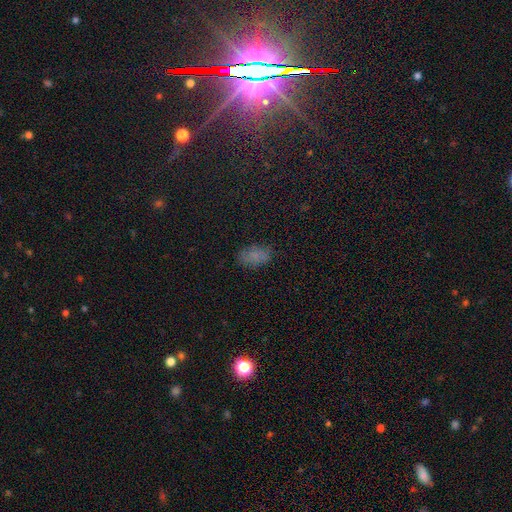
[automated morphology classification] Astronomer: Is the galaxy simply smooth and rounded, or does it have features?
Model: smooth — 72%.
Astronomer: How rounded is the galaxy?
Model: in between — 91%.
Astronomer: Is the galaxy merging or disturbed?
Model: none — 77%.